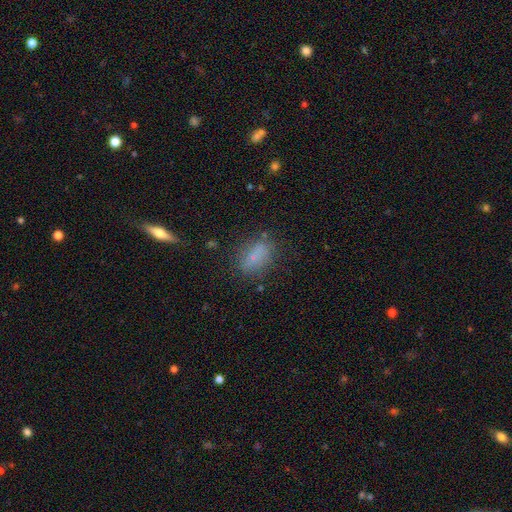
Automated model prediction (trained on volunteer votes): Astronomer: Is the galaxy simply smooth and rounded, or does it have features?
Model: smooth — 71%.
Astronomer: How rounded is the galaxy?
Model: in between — 82%.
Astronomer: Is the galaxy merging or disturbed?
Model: none — 75%.